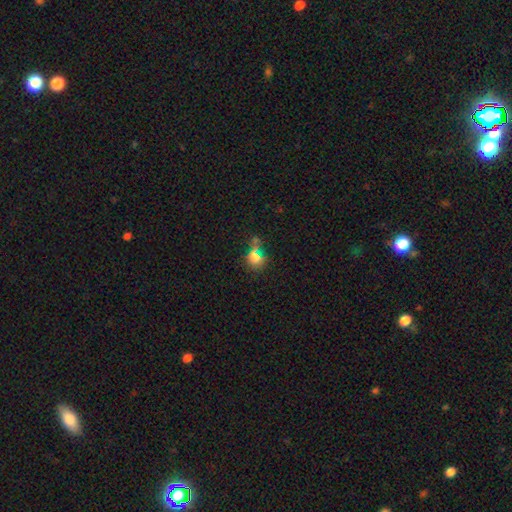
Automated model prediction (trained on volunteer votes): A smooth galaxy with no disk features (73%) that is round (70%).

Vote fractions:
- Smooth or featured? smooth: 73% / star or artifact: 17% / featured or disk: 10%
- How rounded? round: 70% / in between: 28% / cigar-shaped: 2%
- Merging? none: 50% / merger: 23% / minor disturbance: 17% / major disturbance: 10%